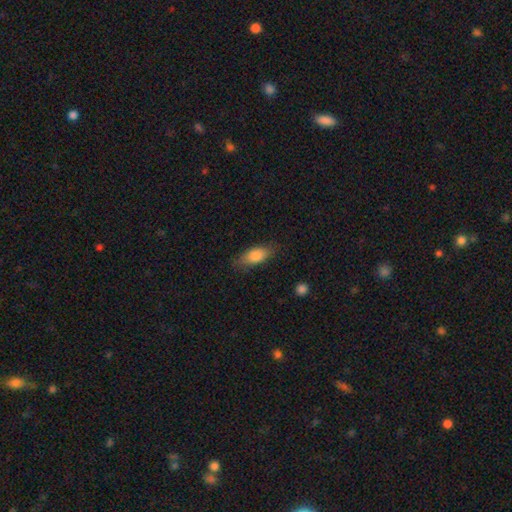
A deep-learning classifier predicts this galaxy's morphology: type=smooth (81%); roundness=in between (80%); merging=none (78%).